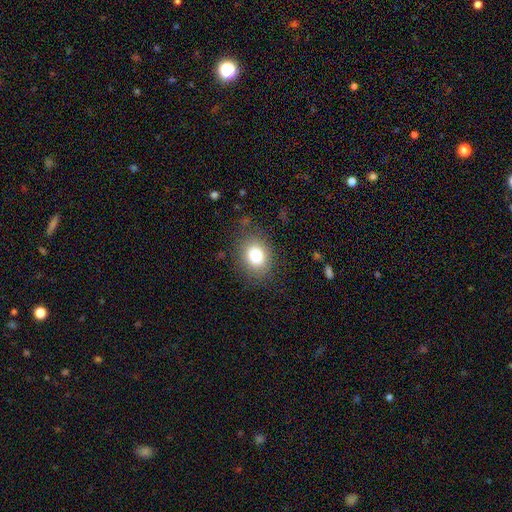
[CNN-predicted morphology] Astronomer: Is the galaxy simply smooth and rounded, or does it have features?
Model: smooth — 84%.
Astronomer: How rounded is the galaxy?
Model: in between — 54% (runner-up: round, 45%).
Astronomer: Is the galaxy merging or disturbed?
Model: none — 79%.